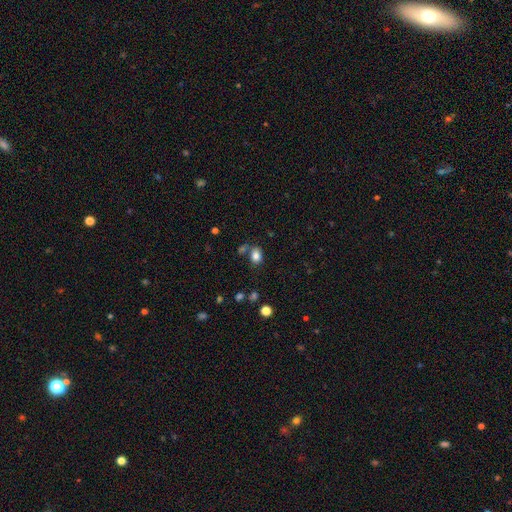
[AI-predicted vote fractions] A smooth galaxy with no disk features (82%) that is in between round and cigar-shaped (71%).

Vote fractions:
- Smooth or featured? smooth: 82% / star or artifact: 11% / featured or disk: 6%
- How rounded? in between: 71% / round: 28% / cigar-shaped: 1%
- Merging? none: 61% / merger: 18% / minor disturbance: 15% / major disturbance: 6%